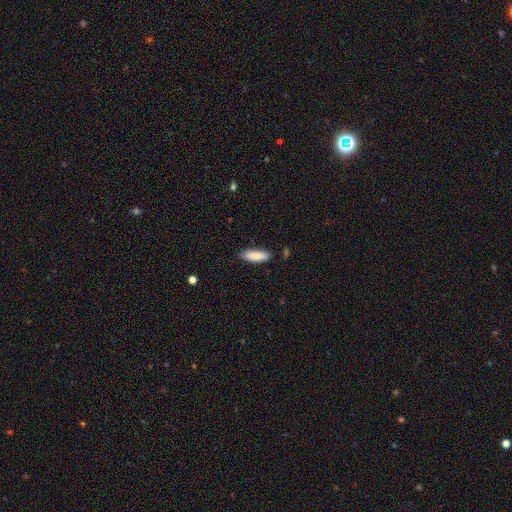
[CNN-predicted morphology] smooth_or_featured: smooth (p=0.87) [alt: featured or disk p=0.07]
how_rounded: in between (p=0.54) [alt: cigar-shaped p=0.45]
merging: none (p=0.85) [alt: minor disturbance p=0.11]